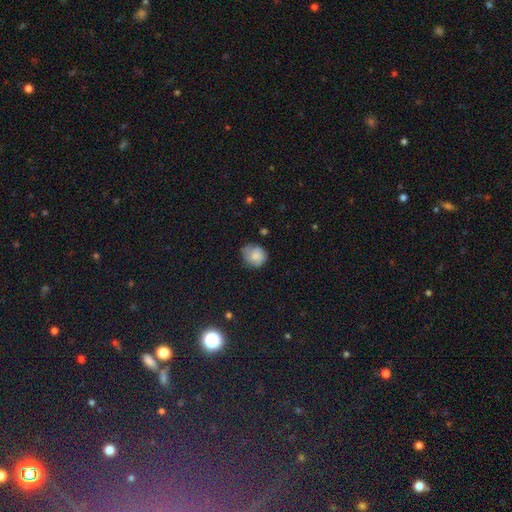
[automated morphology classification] Smooth or featured: smooth — 75% (featured or disk — 17%)
How rounded: round — 73% (in between — 26%)
Merging: none — 62% (minor disturbance — 29%)